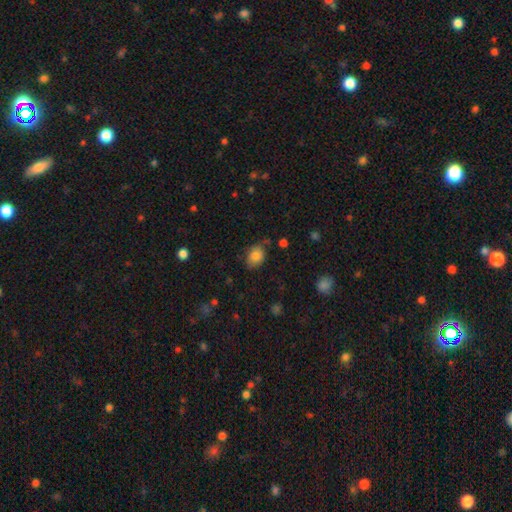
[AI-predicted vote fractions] A smooth galaxy with no disk features (83%) that is in between round and cigar-shaped (68%). Merging: none (71%).